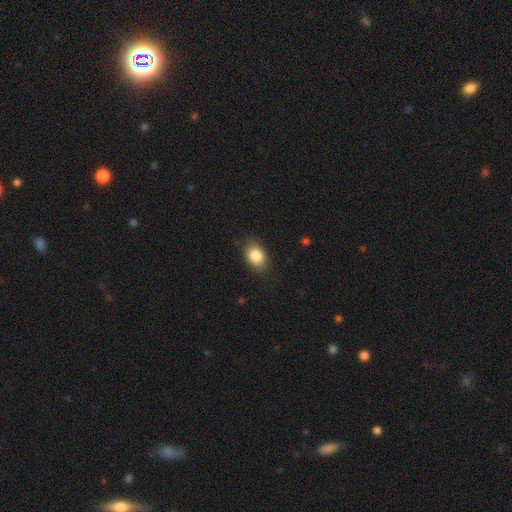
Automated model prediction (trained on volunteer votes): Smooth or featured? smooth (86%)
How rounded? in between (81%)
Merging? none (85%)